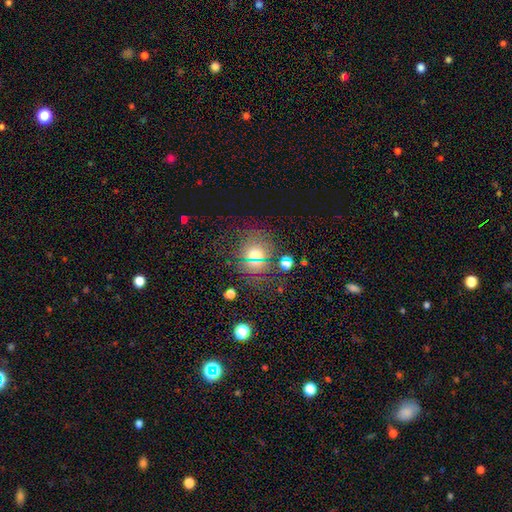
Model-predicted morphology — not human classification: This is possibly a smooth galaxy (54%). How rounded: clearly round (83%). Merging: likely none (76%).